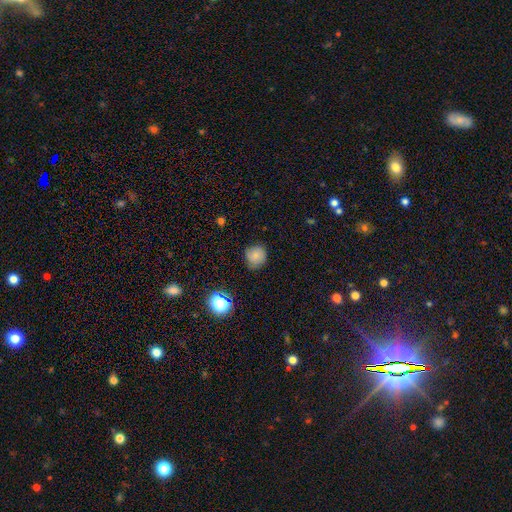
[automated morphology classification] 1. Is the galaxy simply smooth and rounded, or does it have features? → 79% smooth, 14% star or artifact, 7% featured or disk.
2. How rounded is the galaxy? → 89% round, 10% in between, 1% cigar-shaped.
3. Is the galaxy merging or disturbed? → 80% none, 15% minor disturbance, 3% major disturbance, 1% merger.